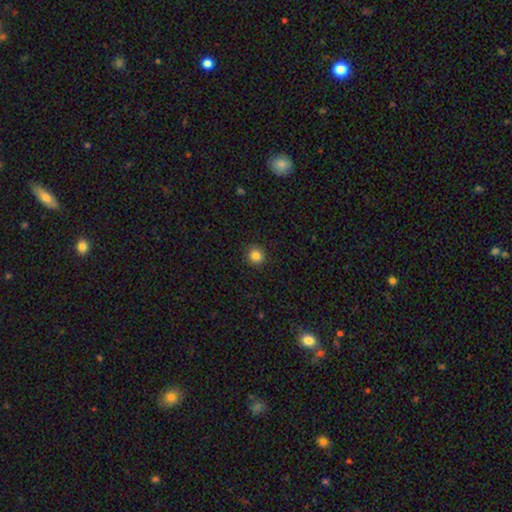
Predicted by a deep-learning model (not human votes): smooth-or-featured: smooth: 83% | star or artifact: 11% | featured or disk: 5%
  how-rounded: round: 93% | in between: 6% | cigar-shaped: 1%
  merging: none: 92% | minor disturbance: 6% | major disturbance: 2% | merger: 1%